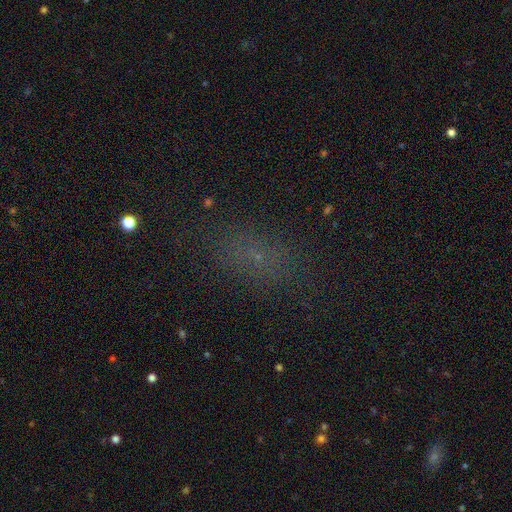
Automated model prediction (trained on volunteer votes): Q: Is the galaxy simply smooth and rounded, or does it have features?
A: smooth — 56%.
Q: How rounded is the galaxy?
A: in between — 77%.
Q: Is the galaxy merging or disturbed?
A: none — 80%.